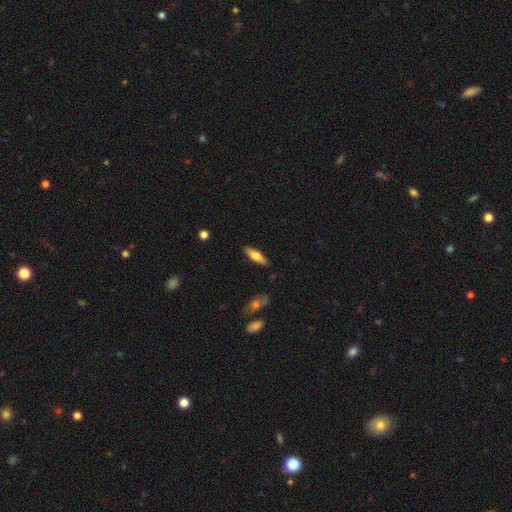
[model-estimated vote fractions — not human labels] A smooth galaxy with no disk features (64%) that is cigar-shaped (50%). Merging: none (87%).